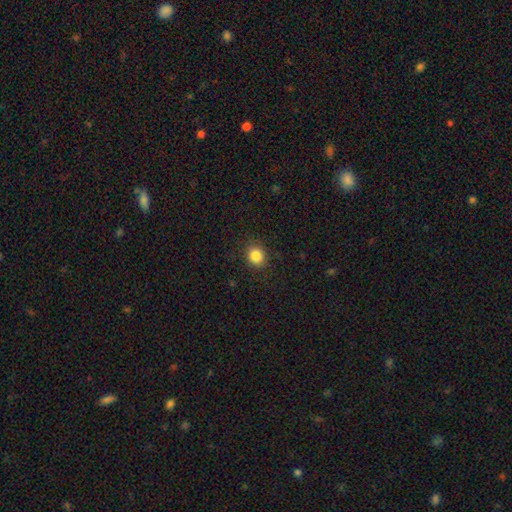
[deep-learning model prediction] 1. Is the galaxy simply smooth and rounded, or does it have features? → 85% smooth, 10% star or artifact, 4% featured or disk.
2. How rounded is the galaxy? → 79% round, 20% in between, 1% cigar-shaped.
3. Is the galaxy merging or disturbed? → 88% none, 8% minor disturbance, 3% major disturbance, 1% merger.